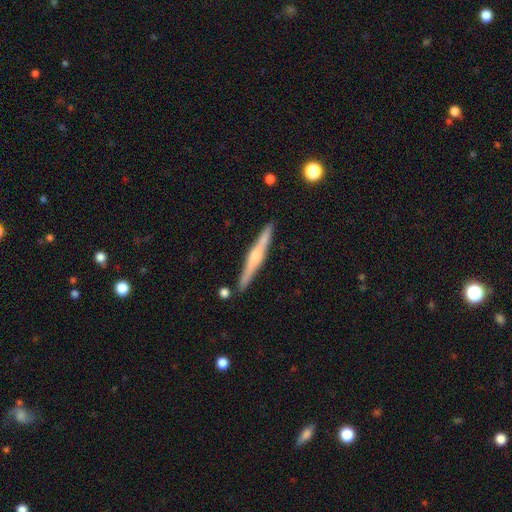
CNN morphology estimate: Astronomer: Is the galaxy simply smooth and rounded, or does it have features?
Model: featured or disk — 70%.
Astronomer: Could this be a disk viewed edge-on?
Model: yes — 98%.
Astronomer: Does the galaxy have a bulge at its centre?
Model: rounded — 73%.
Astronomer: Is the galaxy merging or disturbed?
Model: none — 89%.